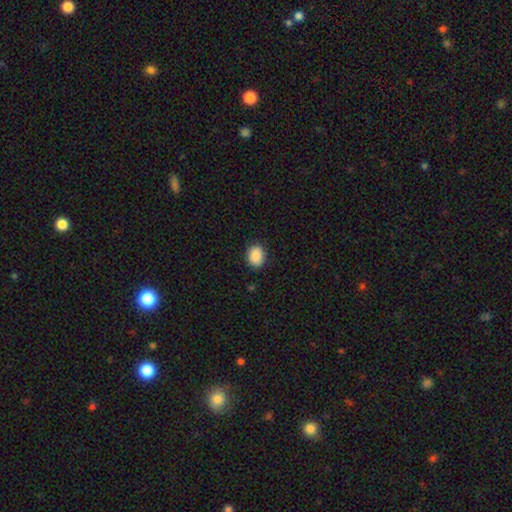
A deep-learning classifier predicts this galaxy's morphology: This appears to be a smooth galaxy with no disk features (89%) that is in between round and cigar-shaped (64%). Merging: none (87%).